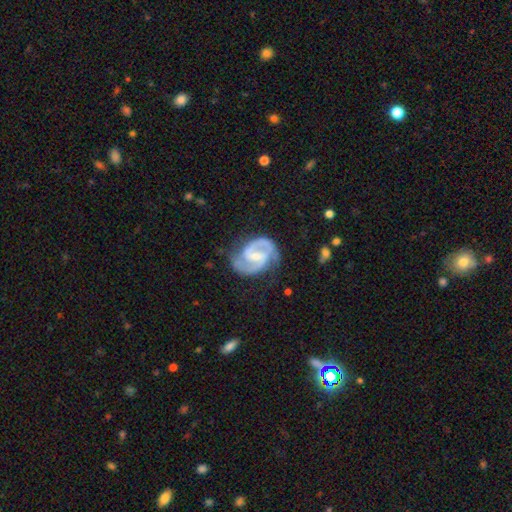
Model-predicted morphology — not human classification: featured or disk 91%, smooth 5%, star or artifact 4%. Down the decision tree: edge-on disk — no (98%); bar — weak (54%); spiral arms — yes (98%); spiral arm count — 2 (92%); spiral winding — medium (59%); bulge size — small (50%); merging — none (71%).